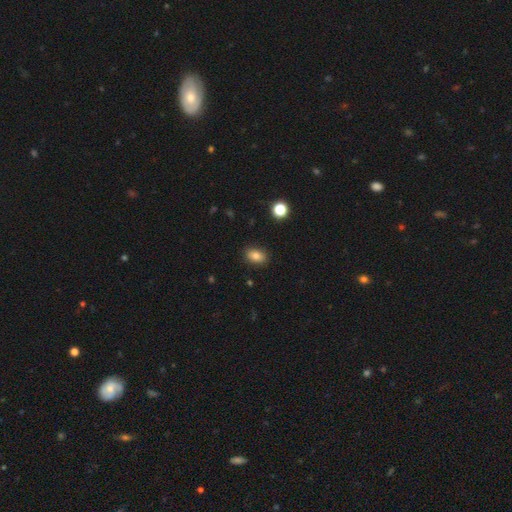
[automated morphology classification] Smooth or featured? Predicted: smooth (p=0.82). How rounded? Predicted: in between (p=0.84). Merging? Predicted: none (p=0.88).